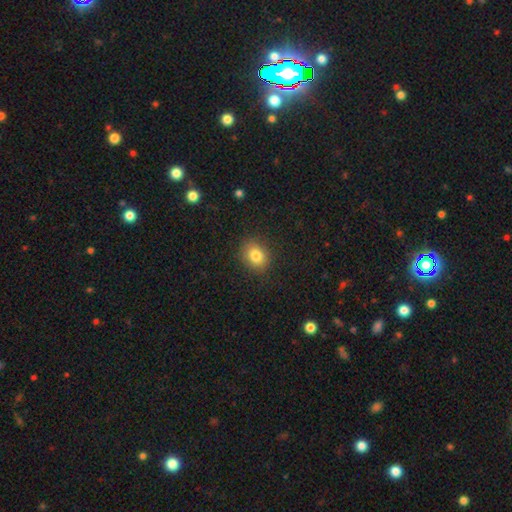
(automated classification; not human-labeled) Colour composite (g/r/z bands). It shows a smooth galaxy with no disk features (81%) that is round (56%). Merging: none (87%).